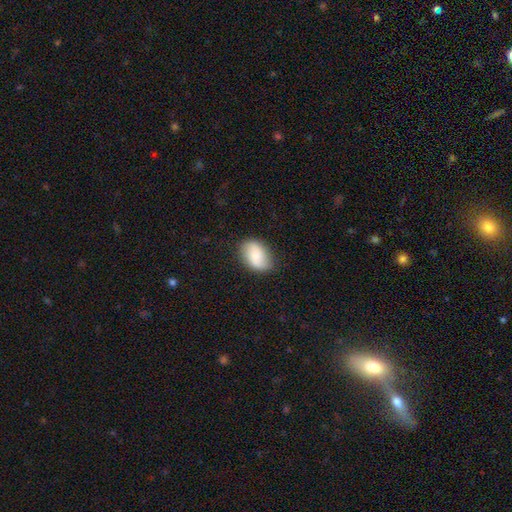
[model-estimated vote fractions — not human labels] This appears to be a smooth galaxy with no disk features (65%) that is in between round and cigar-shaped (84%). Merging: none (80%).